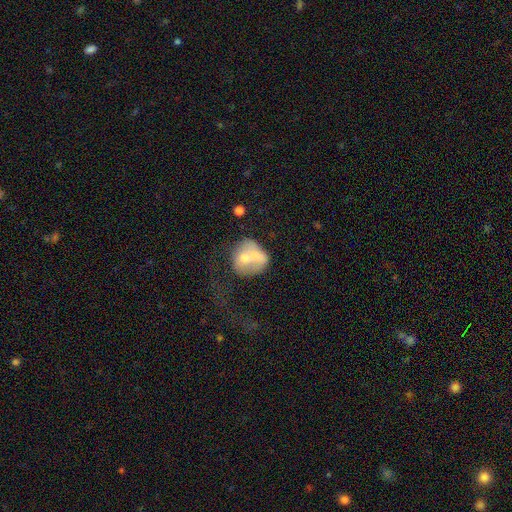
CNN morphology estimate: Overall: smooth (56%; featured or disk 36%). How rounded: round (66%; in between 33%). Merging: merger (63%).